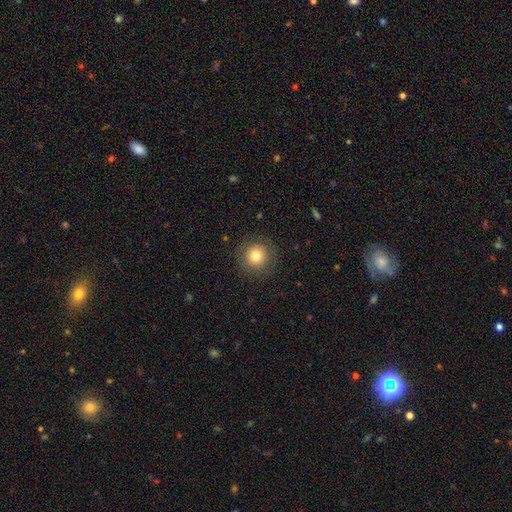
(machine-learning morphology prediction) This appears to be a smooth galaxy with no disk features (78%) that is round (95%). Merging: none (88%).